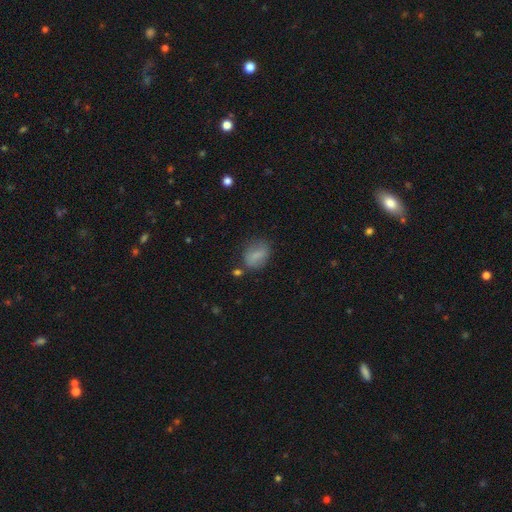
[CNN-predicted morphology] Smooth or featured: smooth — 75% (featured or disk — 15%)
How rounded: in between — 72% (round — 24%)
Merging: none — 65% (minor disturbance — 22%)